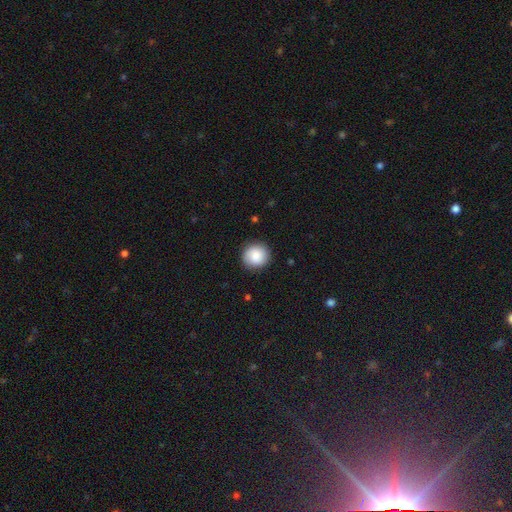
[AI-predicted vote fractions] Smooth or featured? Predicted: smooth (p=0.86). How rounded? Predicted: round (p=0.92). Merging? Predicted: none (p=0.89).